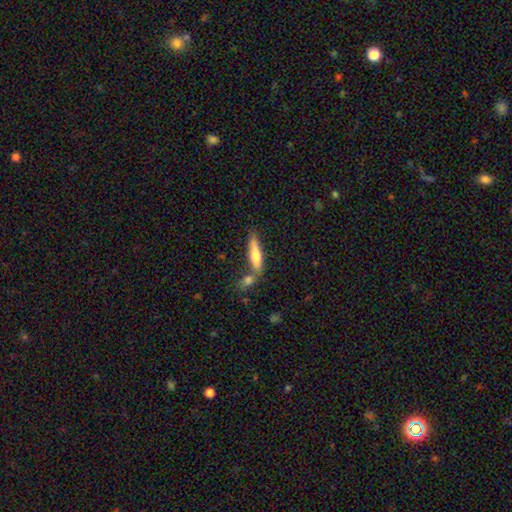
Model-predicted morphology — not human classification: smooth_or_featured: smooth (p=0.60) [alt: featured or disk p=0.34]
how_rounded: cigar-shaped (p=0.76) [alt: in between p=0.22]
merging: none (p=0.60) [alt: merger p=0.23]